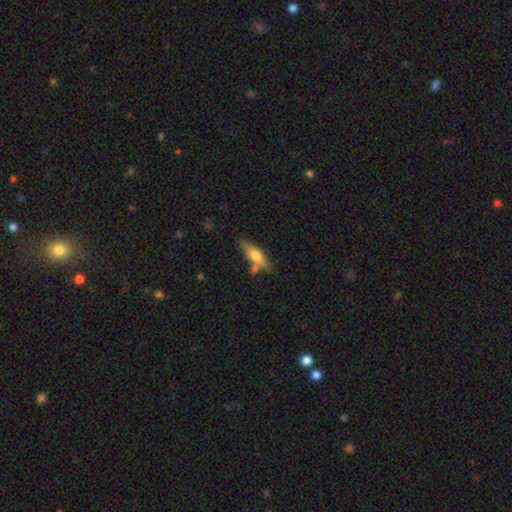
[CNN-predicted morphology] smooth_or_featured: smooth (p=0.59) [alt: featured or disk p=0.35]
how_rounded: in between (p=0.50) [alt: cigar-shaped p=0.47]
merging: none (p=0.62) [alt: minor disturbance p=0.18]